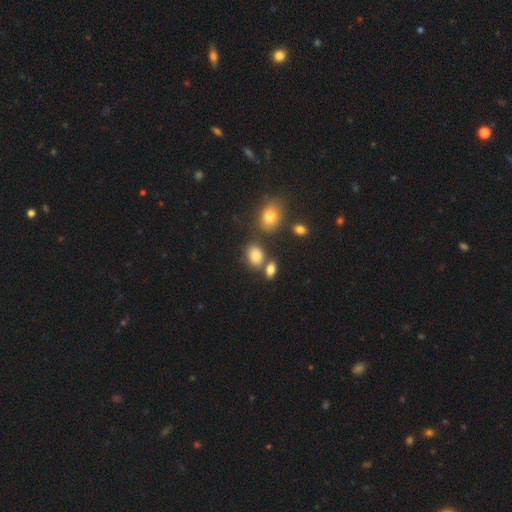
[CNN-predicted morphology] Smooth or featured? Predicted: smooth (p=0.79). How rounded? Predicted: in between (p=0.63). Merging? Predicted: none (p=0.67).